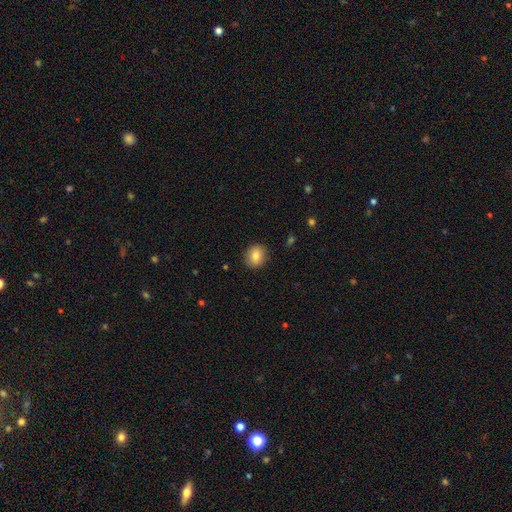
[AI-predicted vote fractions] smooth_or_featured: smooth (p=0.81) [alt: featured or disk p=0.11]
how_rounded: round (p=0.73) [alt: in between p=0.26]
merging: none (p=0.89) [alt: minor disturbance p=0.08]